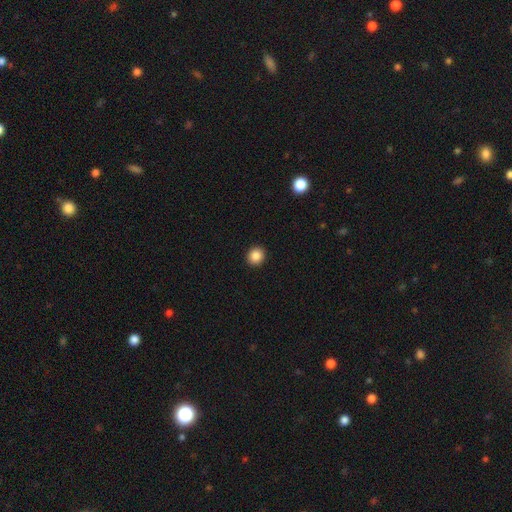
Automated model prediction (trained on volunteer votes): smooth-or-featured: smooth: 87% | star or artifact: 9% | featured or disk: 4%
  how-rounded: round: 88% | in between: 11% | cigar-shaped: 1%
  merging: none: 93% | minor disturbance: 4% | major disturbance: 2% | merger: 1%